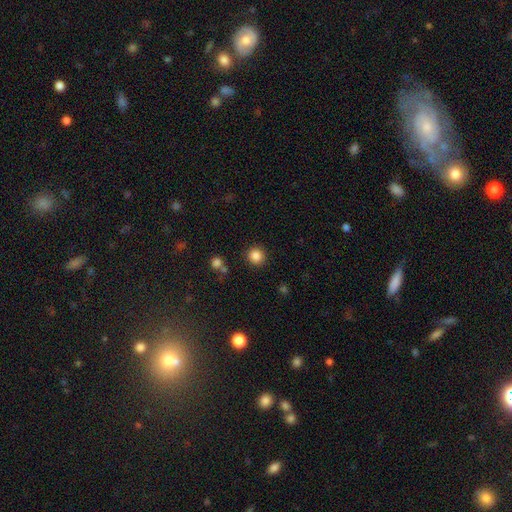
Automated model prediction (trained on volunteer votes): This is clearly a smooth galaxy (85%). How rounded: clearly round (93%). Merging: clearly none (89%).